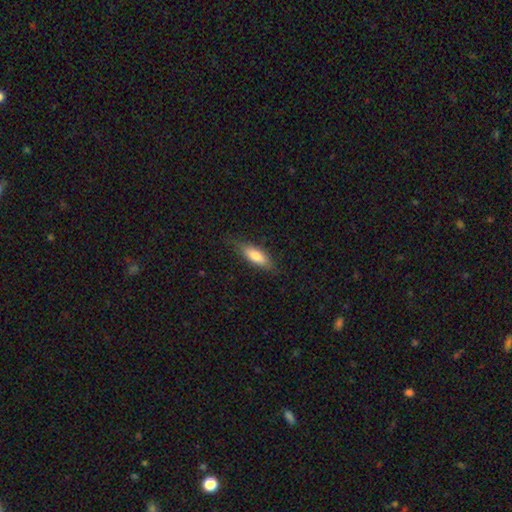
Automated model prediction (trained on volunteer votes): Morphology: type=smooth (75%); roundness=in between (60%); merging=none (77%).